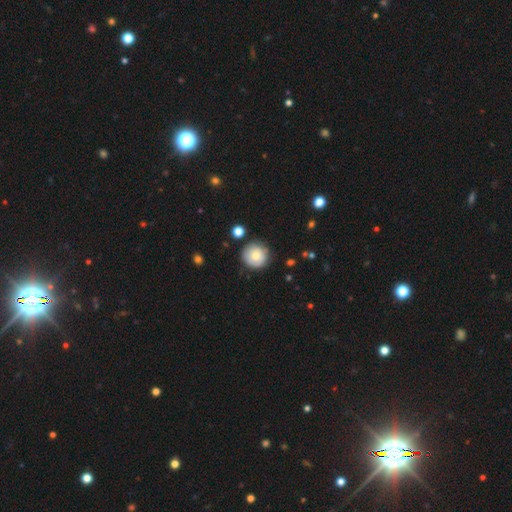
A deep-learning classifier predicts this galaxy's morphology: Overall: smooth (73%). How rounded: round (95%). Merging: none (83%).